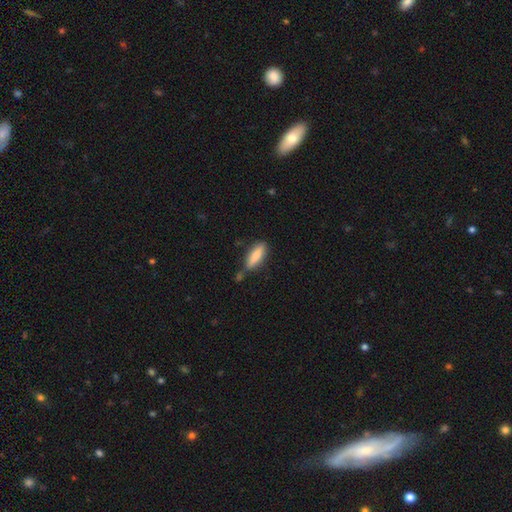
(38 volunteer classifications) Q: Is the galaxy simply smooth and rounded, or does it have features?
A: smooth — 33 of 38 (87%).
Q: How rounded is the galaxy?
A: cigar-shaped — 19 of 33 (58%).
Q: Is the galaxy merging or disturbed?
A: none — 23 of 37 (62%).